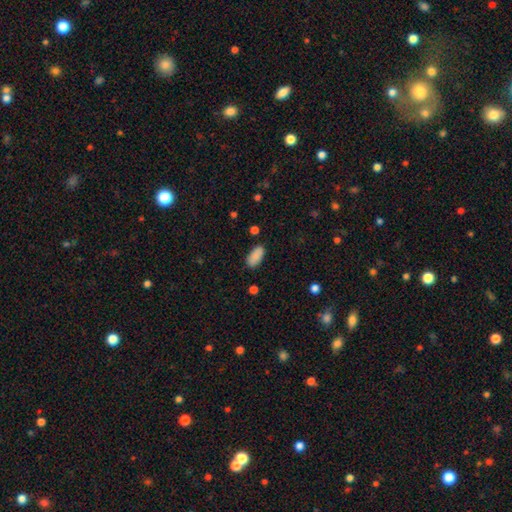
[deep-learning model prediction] Smooth or featured?
  - smooth: 89% *
  - star or artifact: 7%
  - featured or disk: 4%
How rounded?
  - in between: 90% *
  - cigar-shaped: 8%
  - round: 2%
Merging?
  - none: 84% *
  - minor disturbance: 12%
  - major disturbance: 3%
  - merger: 2%